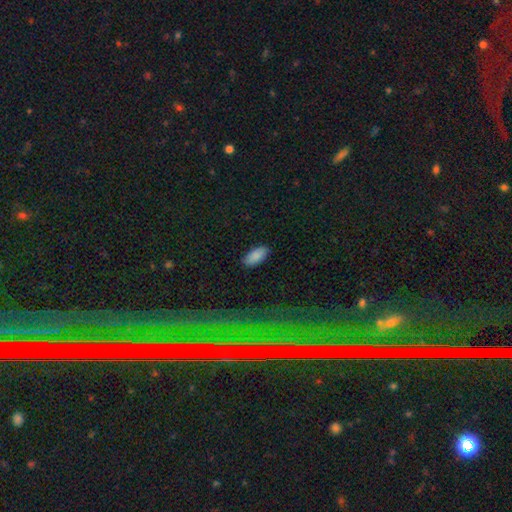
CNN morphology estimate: Overall: smooth (88%). How rounded: in between (92%). Merging: none (86%).